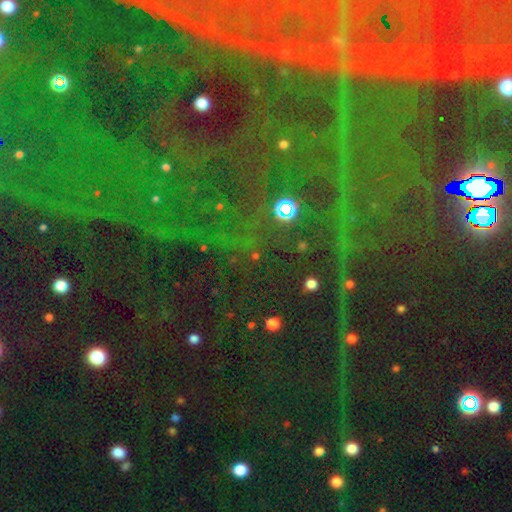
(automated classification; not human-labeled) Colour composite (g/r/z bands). It shows a star or artifact, not a galaxy (71%).